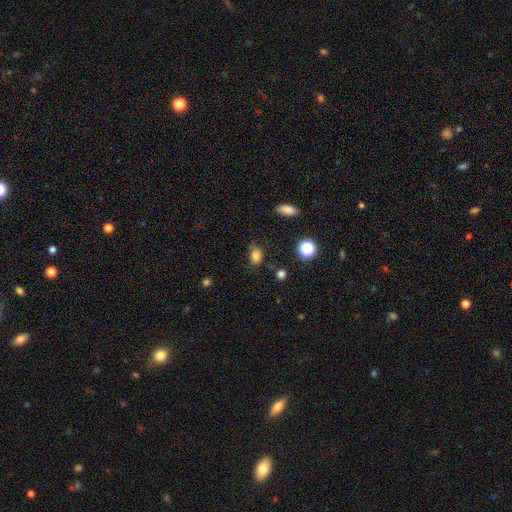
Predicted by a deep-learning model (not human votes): Smooth or featured?
  - smooth: 80% *
  - star or artifact: 13%
  - featured or disk: 7%
How rounded?
  - in between: 76% *
  - round: 22%
  - cigar-shaped: 2%
Merging?
  - none: 65% *
  - minor disturbance: 24%
  - major disturbance: 7%
  - merger: 3%